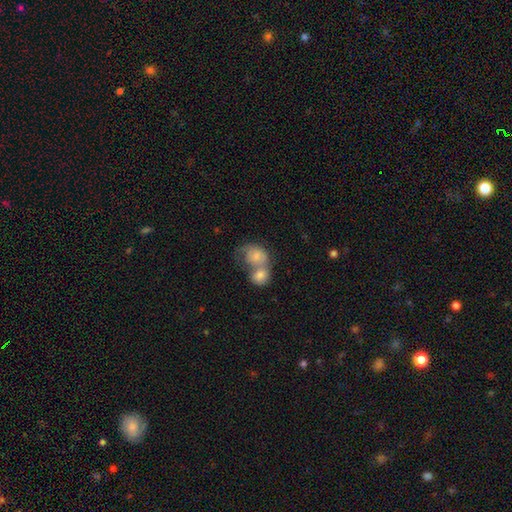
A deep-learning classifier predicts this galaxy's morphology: Smooth or featured? Predicted: smooth (p=0.74). How rounded? Predicted: round (p=0.52). Merging? Predicted: merger (p=0.75).